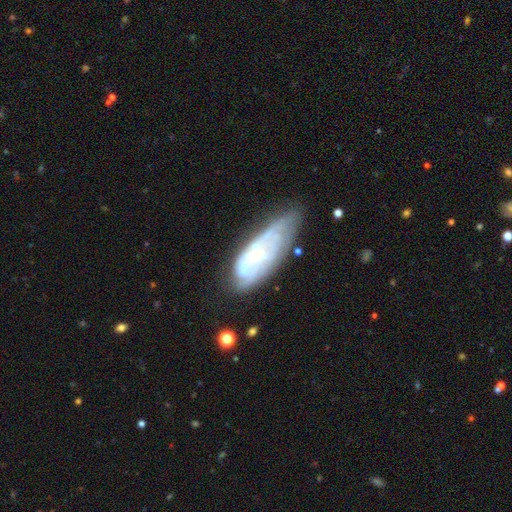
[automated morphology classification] smooth_or_featured: featured or disk (p=0.62) [alt: smooth p=0.29]
disk_edge_on: no (p=0.88) [alt: yes p=0.12]
bar: no (p=0.72) [alt: weak p=0.23]
has_spiral_arms: yes (p=0.59) [alt: no p=0.41]
bulge_size: small (p=0.67) [alt: moderate p=0.18]
merging: none (p=0.38) [alt: minor disturbance p=0.33]